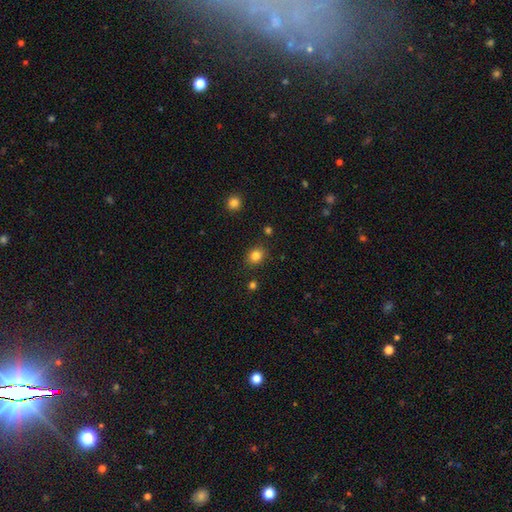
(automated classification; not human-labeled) Overall: smooth (83%). How rounded: round (62%; in between 37%). Merging: none (86%).